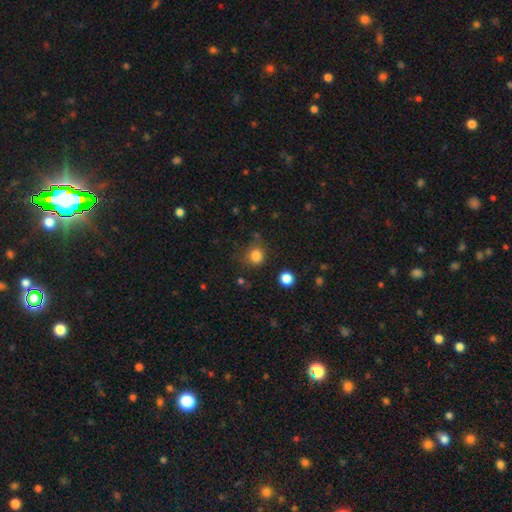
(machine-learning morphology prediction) Smooth or featured: smooth — 82% (star or artifact — 13%)
How rounded: round — 82% (in between — 17%)
Merging: none — 70% (minor disturbance — 19%)